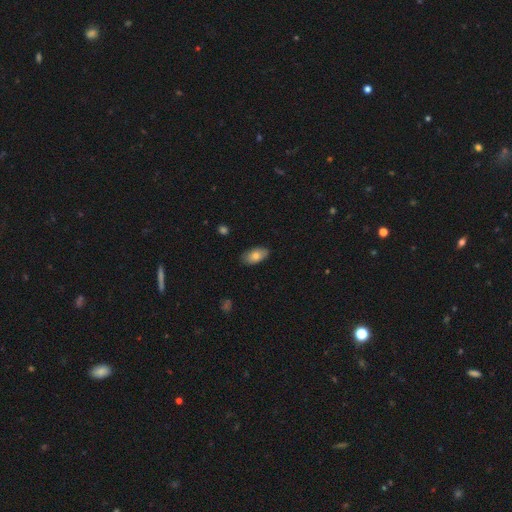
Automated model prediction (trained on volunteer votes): This appears to be a smooth galaxy with no disk features (77%) that is in between round and cigar-shaped (93%). Merging: none (83%).